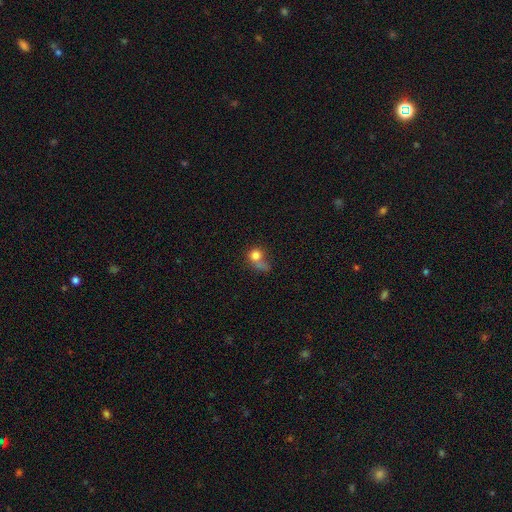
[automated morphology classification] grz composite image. It shows a smooth galaxy with no disk features (77%) that is round (81%). Merging: none (33%).